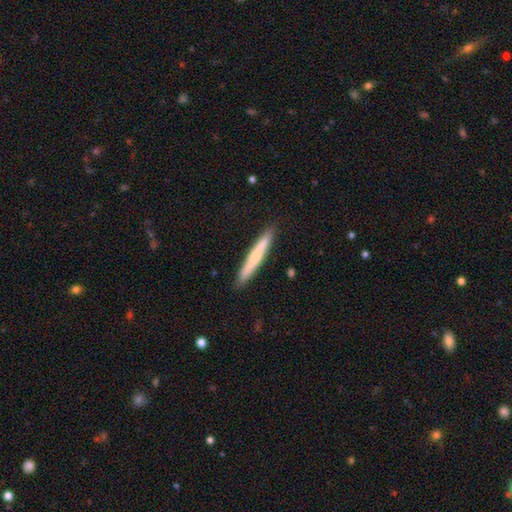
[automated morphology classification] This is likely a smooth galaxy (61%). How rounded: clearly cigar-shaped (96%). Merging: clearly none (90%).